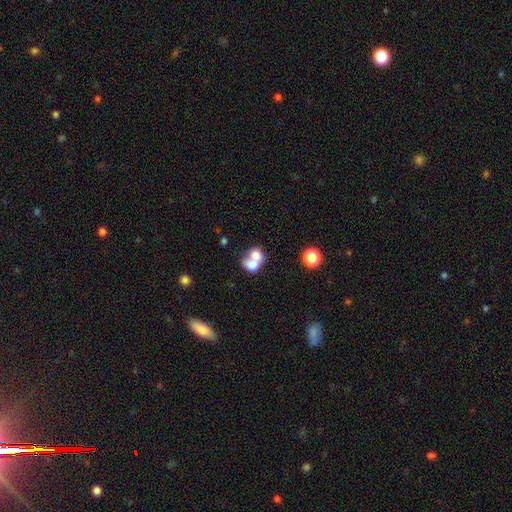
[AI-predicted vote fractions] Smooth or featured: smooth — 69% (featured or disk — 22%)
How rounded: in between — 50% (round — 49%)
Merging: merger — 75% (none — 16%)